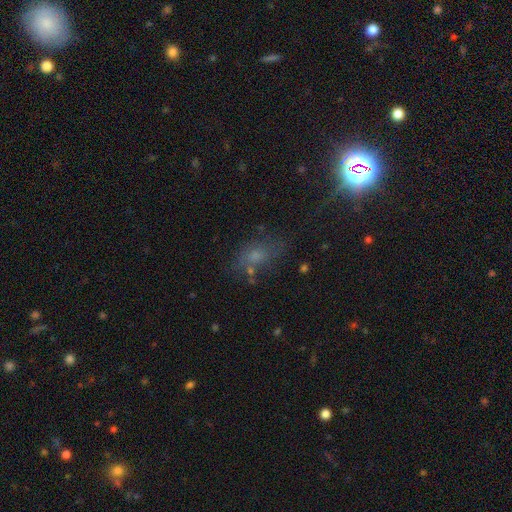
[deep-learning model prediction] smooth 50%, star or artifact 30%, featured or disk 20%. Down the decision tree: merging — none (60%).